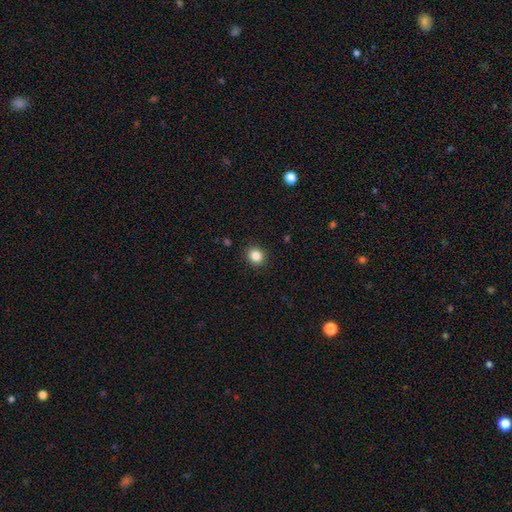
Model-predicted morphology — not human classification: type=smooth (85%); roundness=round (75%); merging=none (90%).